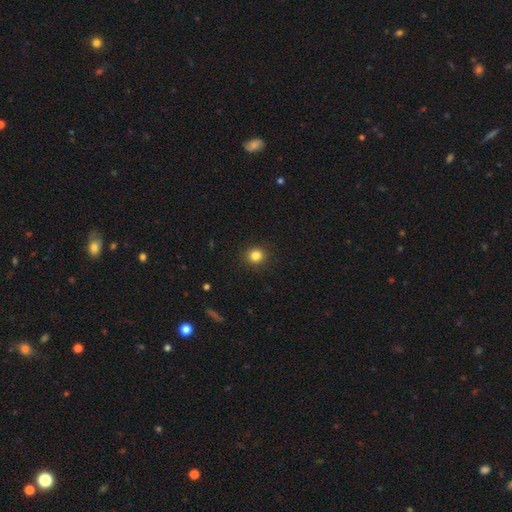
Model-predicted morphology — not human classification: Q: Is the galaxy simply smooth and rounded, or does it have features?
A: smooth — 84%.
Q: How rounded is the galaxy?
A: round — 87%.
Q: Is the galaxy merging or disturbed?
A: none — 91%.